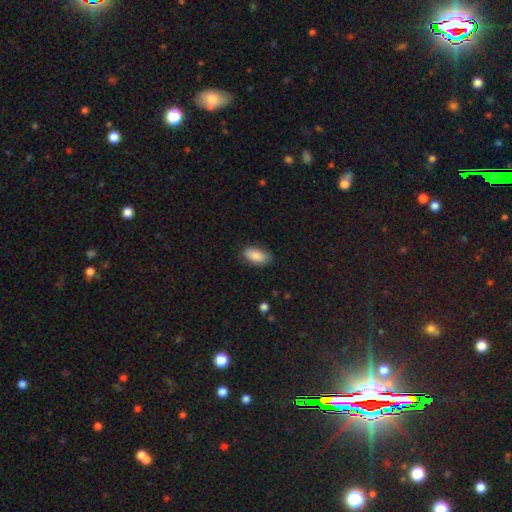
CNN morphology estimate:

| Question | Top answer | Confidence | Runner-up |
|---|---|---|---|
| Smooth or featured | smooth | 83% | featured or disk (10%) |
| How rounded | in between | 93% | round (4%) |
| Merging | none | 79% | minor disturbance (17%) |